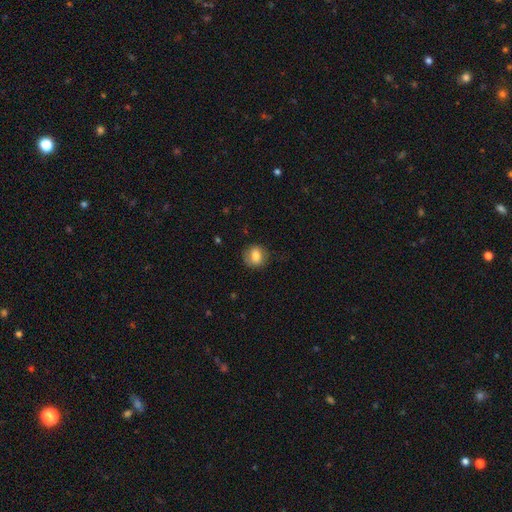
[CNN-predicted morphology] A smooth galaxy with no disk features (75%) that is round (62%). Merging: none (77%).